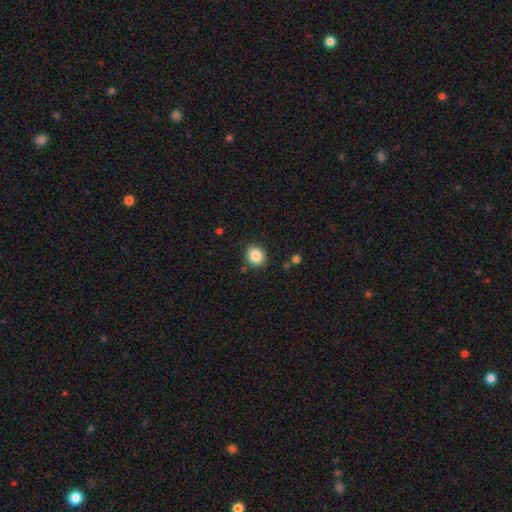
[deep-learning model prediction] Morphology: type=smooth (86%); roundness=round (77%); merging=none (87%).